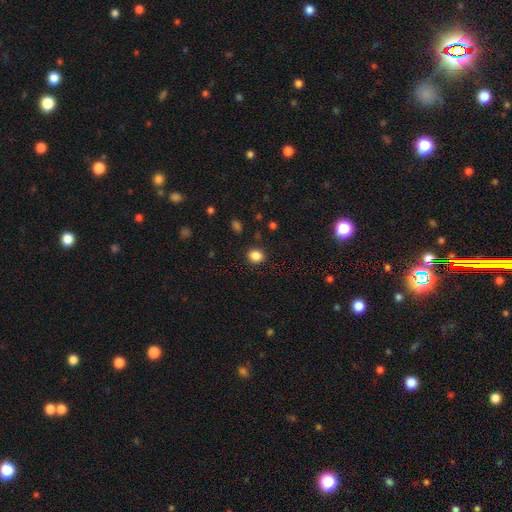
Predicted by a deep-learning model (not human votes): This appears to be a smooth galaxy with no disk features (86%) that is round (70%). Merging: none (89%).